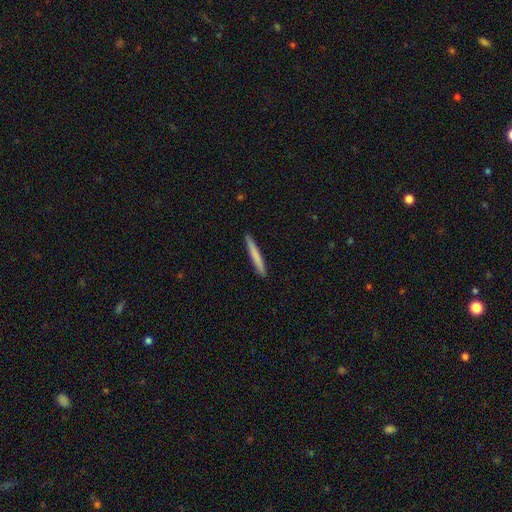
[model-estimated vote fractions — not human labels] smooth 73%, featured or disk 22%, star or artifact 5%. Down the decision tree: how rounded — cigar-shaped (97%); merging — none (92%).